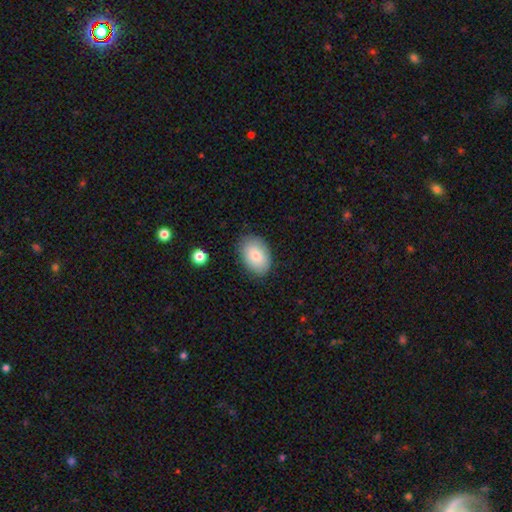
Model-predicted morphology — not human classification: A smooth galaxy with no disk features (81%) that is in between round and cigar-shaped (88%). Merging: none (83%).